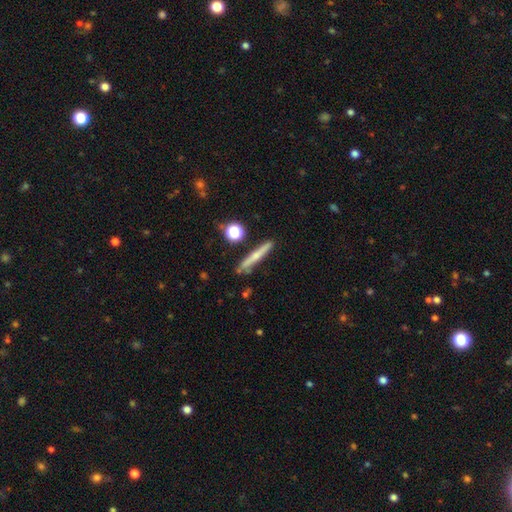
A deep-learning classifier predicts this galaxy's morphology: type=featured or disk (47%); merging=none (83%).